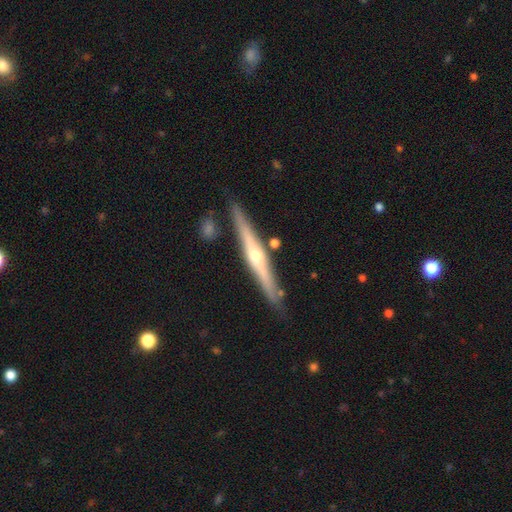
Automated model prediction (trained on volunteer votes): Overall: featured or disk (72%). Edge-on disk: yes (96%). Edge-on bulge: rounded (86%). Merging: none (85%).